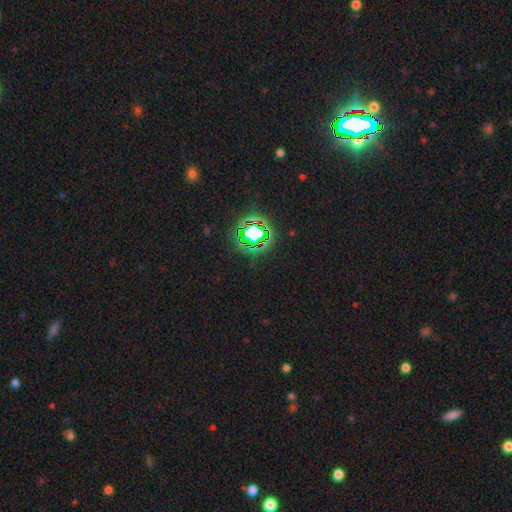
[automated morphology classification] This is clearly a star or artifact rather than a galaxy (82%).